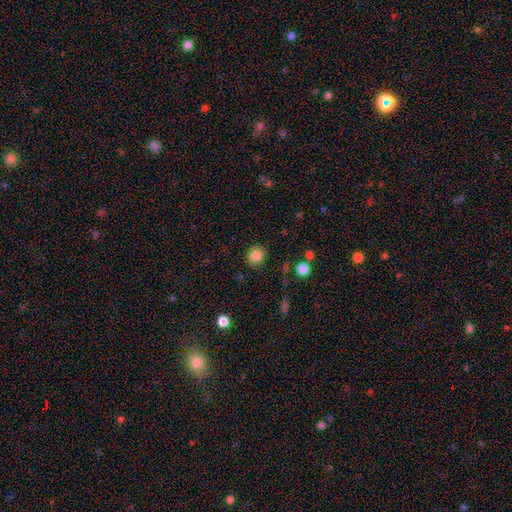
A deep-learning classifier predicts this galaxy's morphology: Smooth or featured?
  - smooth: 85% *
  - star or artifact: 11%
  - featured or disk: 5%
How rounded?
  - round: 83% *
  - in between: 16%
  - cigar-shaped: 1%
Merging?
  - none: 87% *
  - minor disturbance: 8%
  - major disturbance: 3%
  - merger: 2%